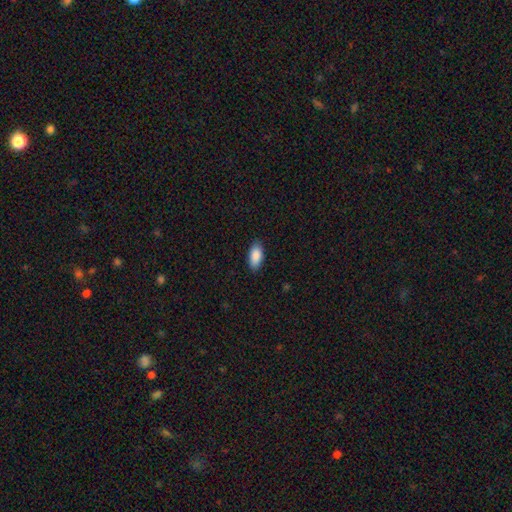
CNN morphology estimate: Smooth or featured? Predicted: smooth (p=0.90). How rounded? Predicted: in between (p=0.91). Merging? Predicted: none (p=0.87).